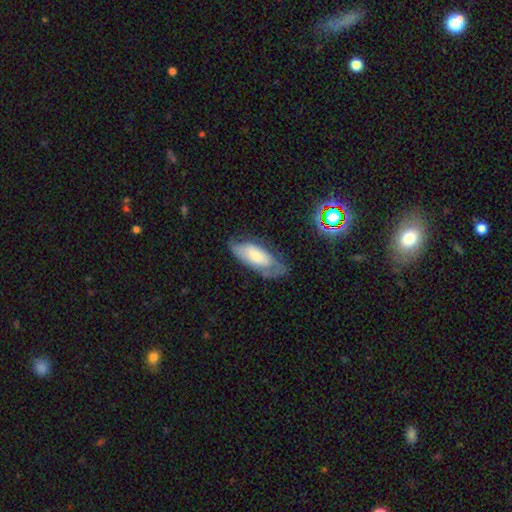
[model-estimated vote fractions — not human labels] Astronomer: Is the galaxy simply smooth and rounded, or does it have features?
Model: smooth — 51% (runner-up: featured or disk, 43%).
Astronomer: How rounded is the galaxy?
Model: in between — 85%.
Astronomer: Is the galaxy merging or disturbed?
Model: none — 51% (runner-up: minor disturbance, 30%).